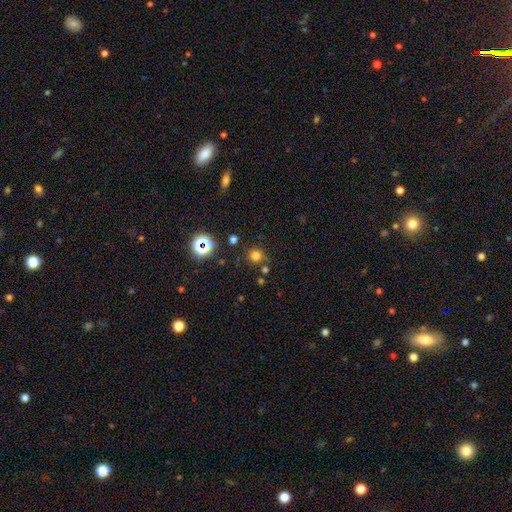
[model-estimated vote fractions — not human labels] The model was most divided on "smooth or featured": smooth: 72%, star or artifact: 22%, featured or disk: 6%. More confident: how rounded — round (92%); merging — none (78%).